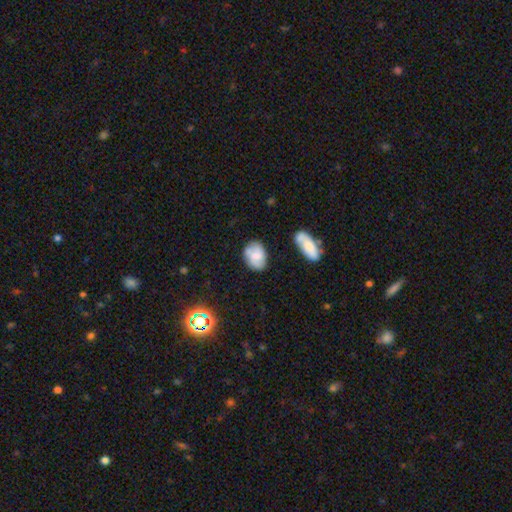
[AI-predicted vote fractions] smooth_or_featured: smooth (p=0.61) [alt: featured or disk p=0.31]
how_rounded: in between (p=0.73) [alt: round p=0.26]
merging: none (p=0.67) [alt: minor disturbance p=0.21]